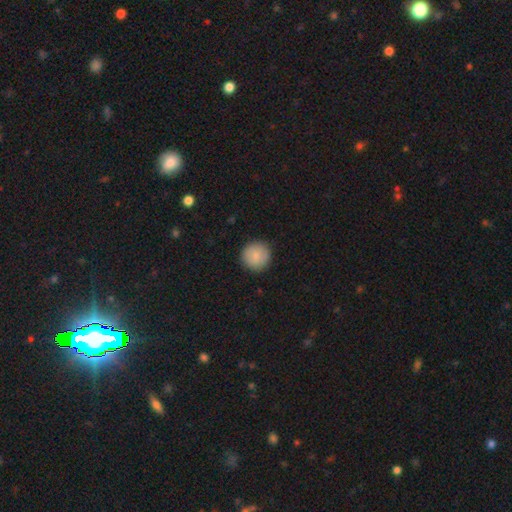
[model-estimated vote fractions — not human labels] A smooth galaxy with no disk features (86%) that is round (95%).

Vote fractions:
- Smooth or featured? smooth: 86% / featured or disk: 8% / star or artifact: 6%
- How rounded? round: 95% / in between: 4% / cigar-shaped: 1%
- Merging? none: 90% / minor disturbance: 7% / major disturbance: 2% / merger: 1%